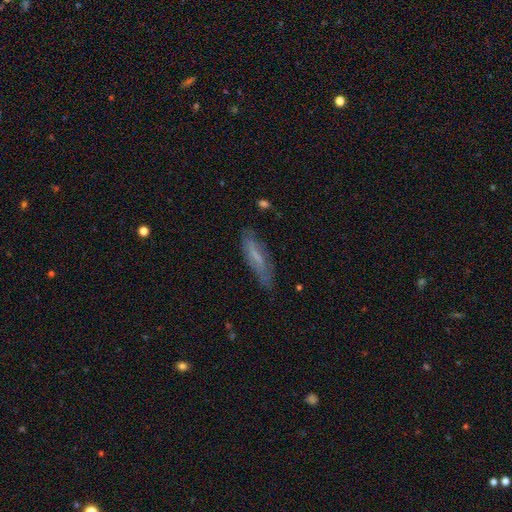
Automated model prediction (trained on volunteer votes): Smooth or featured? Predicted: smooth (p=0.49). Merging? Predicted: none (p=0.70).